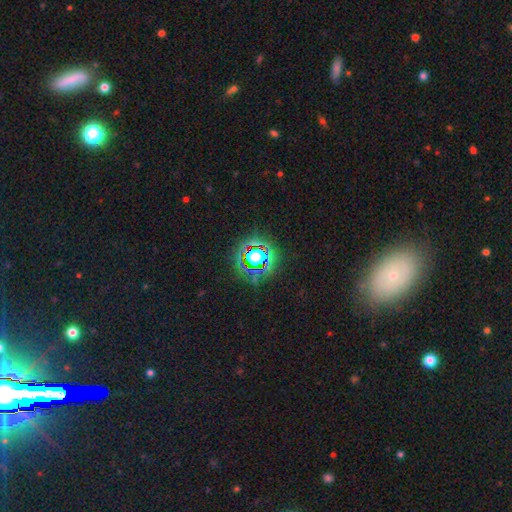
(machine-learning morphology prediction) Smooth or featured?
  - star or artifact: 68% *
  - smooth: 22%
  - featured or disk: 10%